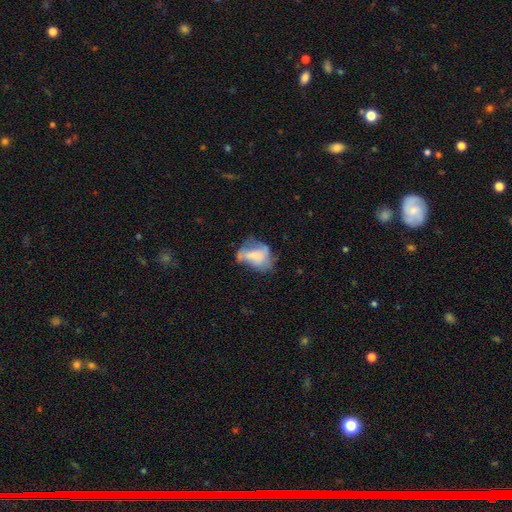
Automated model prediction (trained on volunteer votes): The model was most divided on "merging": major disturbance: 32%, none: 30%, minor disturbance: 29%, merger: 9%. More confident: how rounded — in between (79%); smooth or featured — smooth (51%).